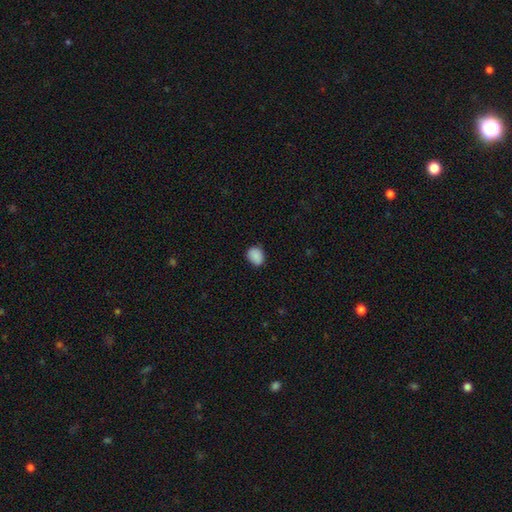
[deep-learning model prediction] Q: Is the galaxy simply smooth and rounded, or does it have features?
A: smooth — 89%.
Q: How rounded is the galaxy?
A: in between — 52%.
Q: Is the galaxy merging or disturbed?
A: none — 79%.